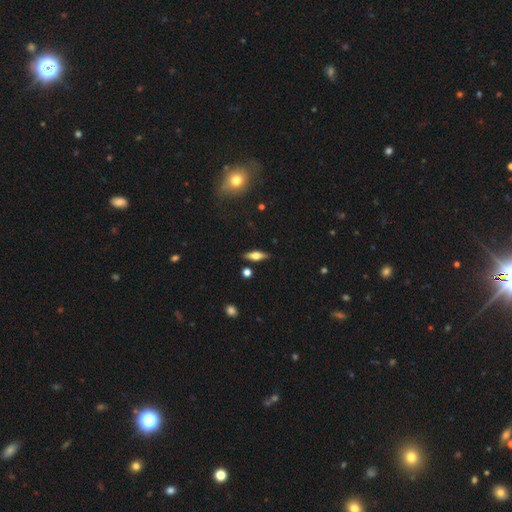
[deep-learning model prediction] This appears to be a featured or disk galaxy (47%). Merging: none (86%).